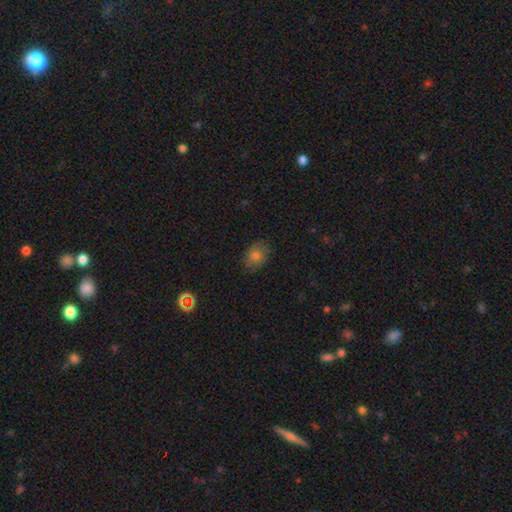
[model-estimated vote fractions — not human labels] Morphology: type=smooth (78%); roundness=in between (69%); merging=none (82%).